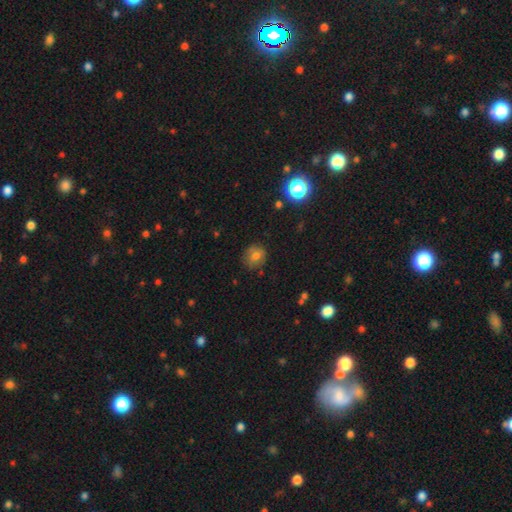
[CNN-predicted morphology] Smooth or featured?
  - smooth: 71% *
  - featured or disk: 17%
  - star or artifact: 12%
How rounded?
  - round: 77% *
  - in between: 22%
  - cigar-shaped: 1%
Merging?
  - none: 75% *
  - minor disturbance: 18%
  - major disturbance: 5%
  - merger: 2%